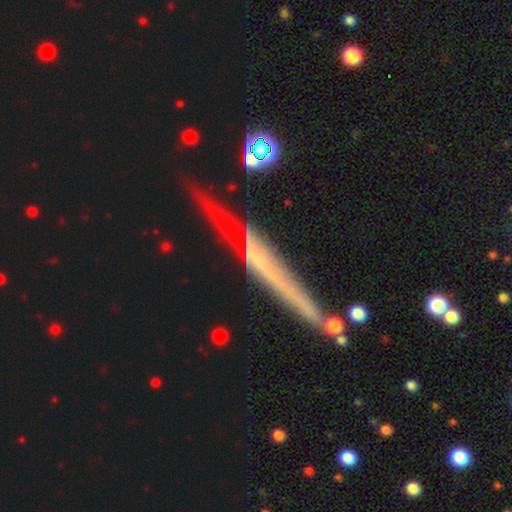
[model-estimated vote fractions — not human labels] This is possibly a featured or disk galaxy (56%). It is clearly viewed edge-on (90%). Edge-on bulge: likely none (68%). Merging: likely none (69%).